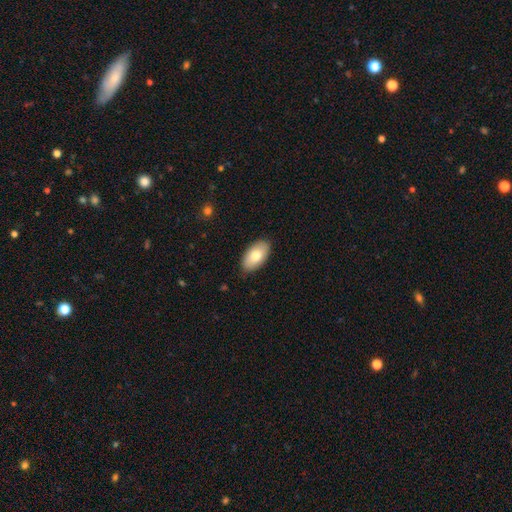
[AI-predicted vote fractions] This is likely a smooth galaxy (79%). How rounded: clearly in between (95%). Merging: clearly none (87%).